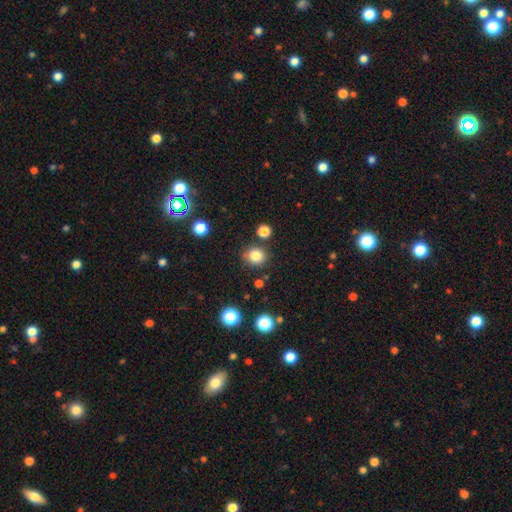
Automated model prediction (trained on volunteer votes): A smooth galaxy with no disk features (83%) that is round (87%).

Vote fractions:
- Smooth or featured? smooth: 83% / star or artifact: 12% / featured or disk: 5%
- How rounded? round: 87% / in between: 12% / cigar-shaped: 1%
- Merging? none: 82% / minor disturbance: 10% / merger: 5% / major disturbance: 3%